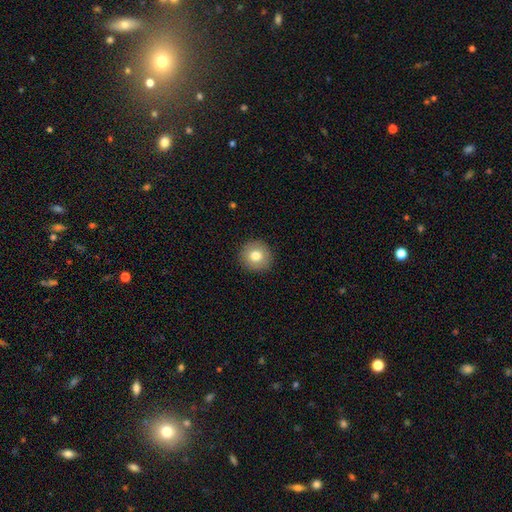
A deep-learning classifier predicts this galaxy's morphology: This appears to be a smooth galaxy with no disk features (78%) that is round (93%). Merging: none (92%).